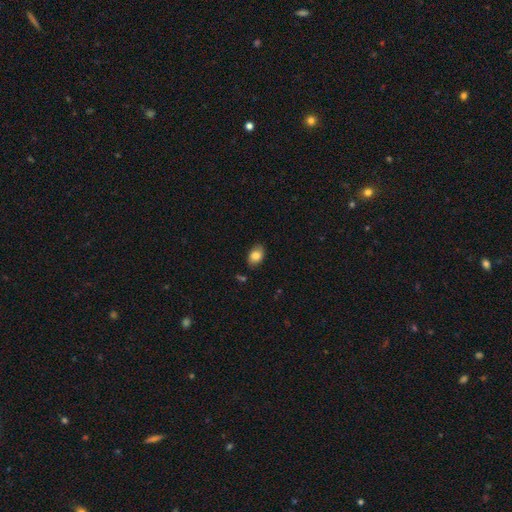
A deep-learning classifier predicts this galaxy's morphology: A smooth galaxy with no disk features (82%) that is in between round and cigar-shaped (86%).

Vote fractions:
- Smooth or featured? smooth: 82% / featured or disk: 11% / star or artifact: 8%
- How rounded? in between: 86% / round: 12% / cigar-shaped: 1%
- Merging? none: 82% / minor disturbance: 13% / major disturbance: 3% / merger: 2%